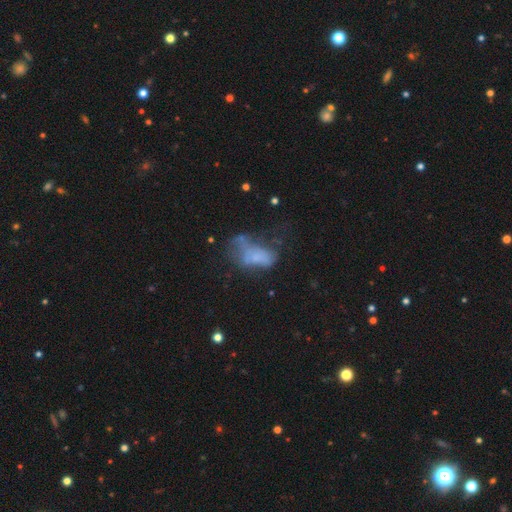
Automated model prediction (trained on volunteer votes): Overall: smooth (45%; featured or disk 39%). Merging: major disturbance (44%; none 21%).